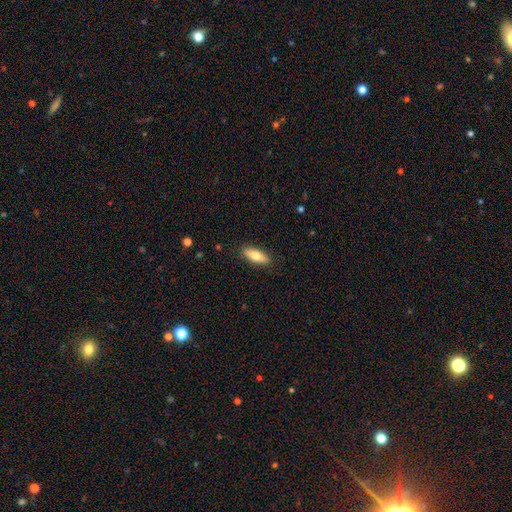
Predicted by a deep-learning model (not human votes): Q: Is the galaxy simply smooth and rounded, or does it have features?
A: smooth — 74%.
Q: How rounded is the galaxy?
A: in between — 74%.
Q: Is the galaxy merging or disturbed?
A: none — 88%.